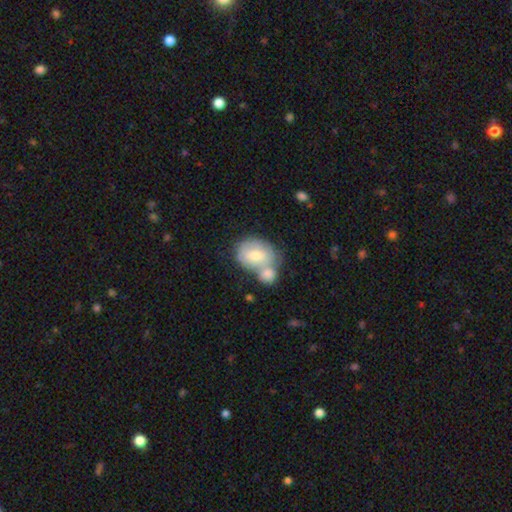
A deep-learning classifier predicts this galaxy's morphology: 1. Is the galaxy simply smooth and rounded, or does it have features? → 67% smooth, 27% featured or disk, 6% star or artifact.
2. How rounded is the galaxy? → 61% in between, 38% round, 1% cigar-shaped.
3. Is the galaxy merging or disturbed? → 58% merger, 25% none, 12% minor disturbance, 6% major disturbance.